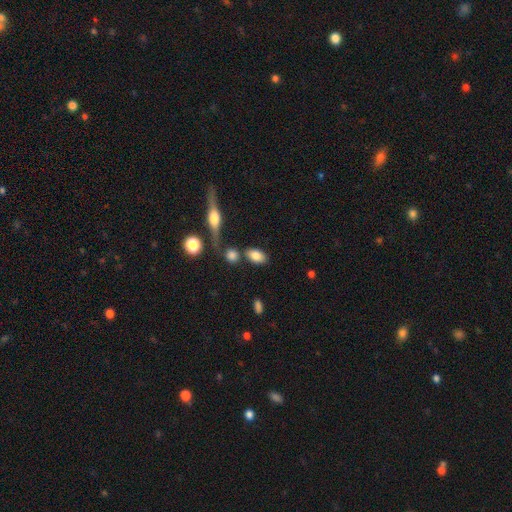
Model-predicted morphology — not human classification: This appears to be a smooth galaxy with no disk features (80%) that is in between round and cigar-shaped (88%). Merging: none (74%).